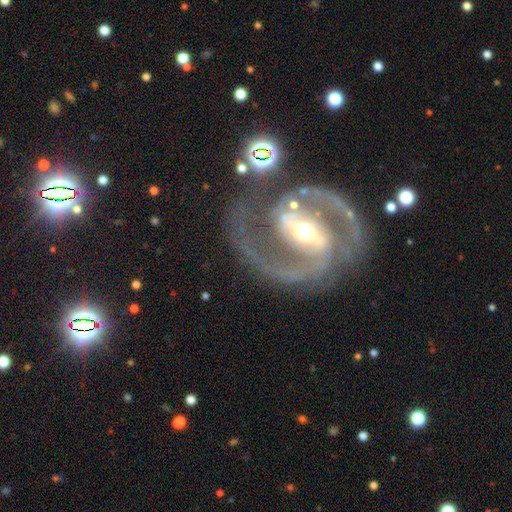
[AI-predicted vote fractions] Smooth or featured? featured or disk (92%)
Edge-on disk? no (97%)
Bar? strong (58%)
Spiral arms? yes (98%)
Spiral winding? medium (58%)
Spiral arm count? 2 (93%)
Bulge size? moderate (56%)
Merging? none (78%)